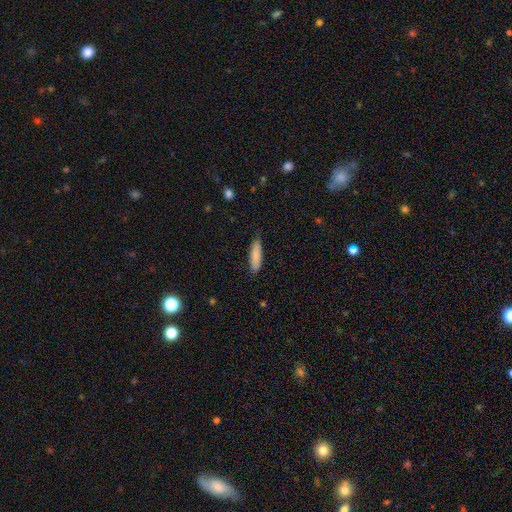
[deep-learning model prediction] The model was most divided on "how rounded": cigar-shaped: 66%, in between: 33%, round: 1%. More confident: smooth or featured — smooth (86%); merging — none (78%).